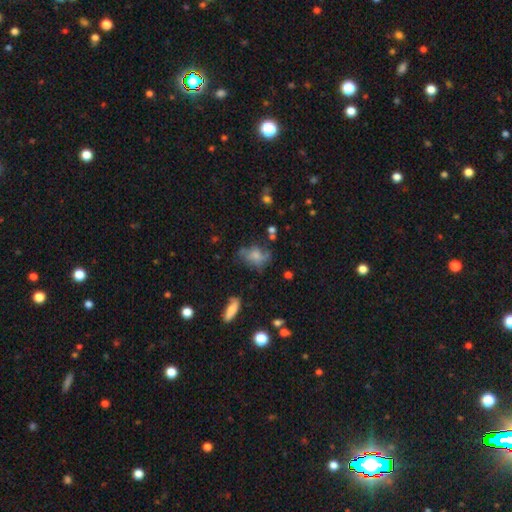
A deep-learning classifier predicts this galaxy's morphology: smooth-or-featured: smooth: 55% | featured or disk: 32% | star or artifact: 13%
  how-rounded: in between: 68% | round: 29% | cigar-shaped: 3%
  merging: none: 44% | minor disturbance: 27% | major disturbance: 23% | merger: 6%